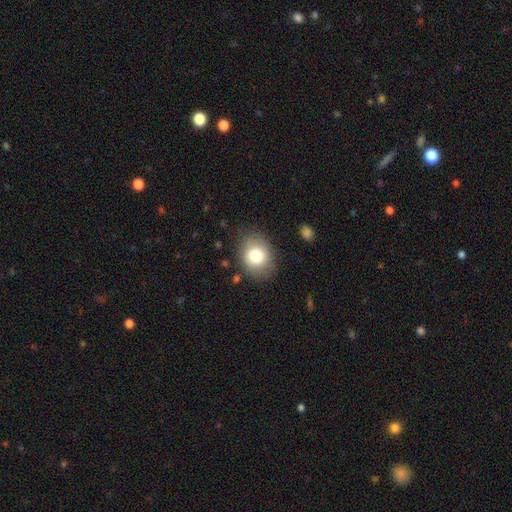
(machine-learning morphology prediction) type=smooth (78%); roundness=in between (52%); merging=none (83%).